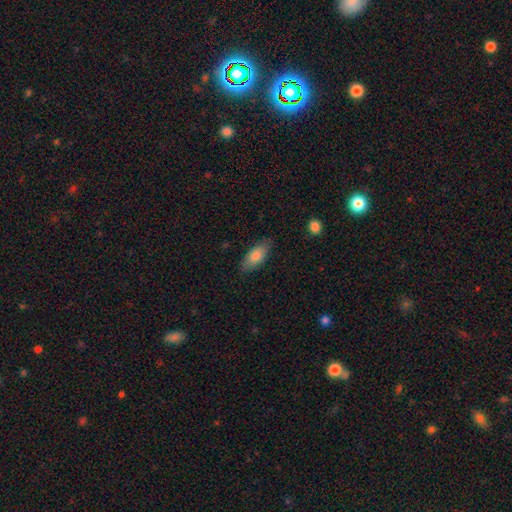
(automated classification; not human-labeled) Overall: smooth (79%). How rounded: in between (81%). Merging: none (83%).